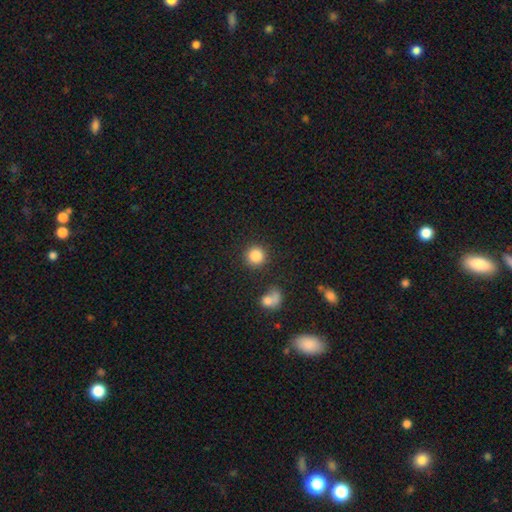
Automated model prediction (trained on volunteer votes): Smooth or featured? Predicted: smooth (p=0.85). How rounded? Predicted: round (p=0.93). Merging? Predicted: none (p=0.85).